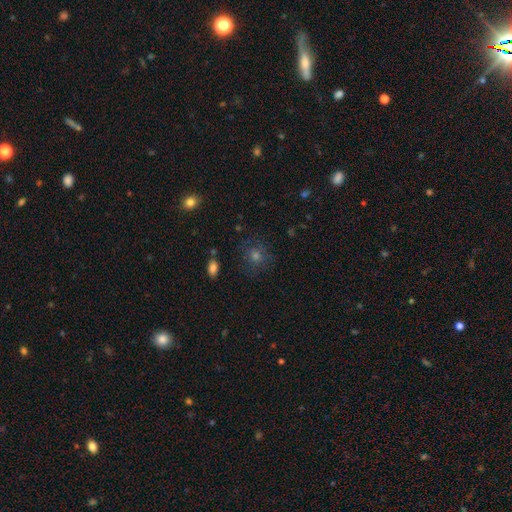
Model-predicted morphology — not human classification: The model was most divided on "smooth or featured": smooth: 55%, star or artifact: 30%, featured or disk: 15%. More confident: how rounded — round (84%); merging — none (81%).